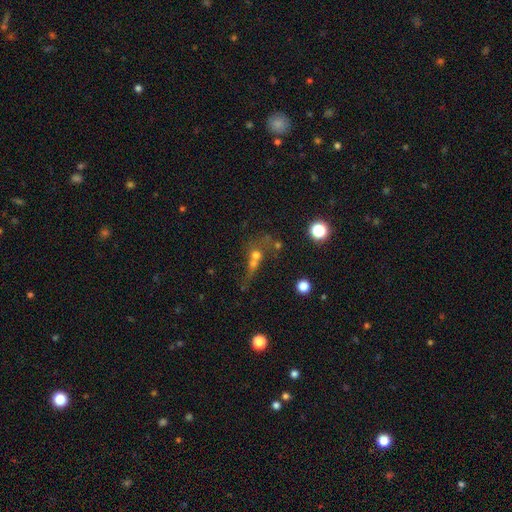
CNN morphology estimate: Smooth or featured? Predicted: smooth (p=0.53). How rounded? Predicted: round (p=0.73). Merging? Predicted: merger (p=0.62).